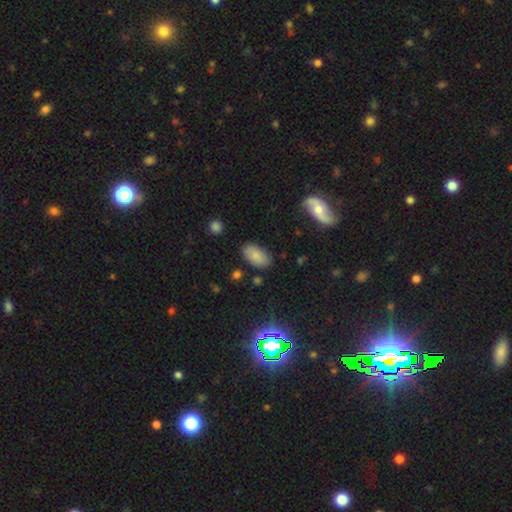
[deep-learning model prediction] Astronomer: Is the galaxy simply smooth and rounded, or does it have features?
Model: smooth — 80%.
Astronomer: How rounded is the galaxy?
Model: in between — 94%.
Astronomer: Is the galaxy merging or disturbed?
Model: none — 81%.